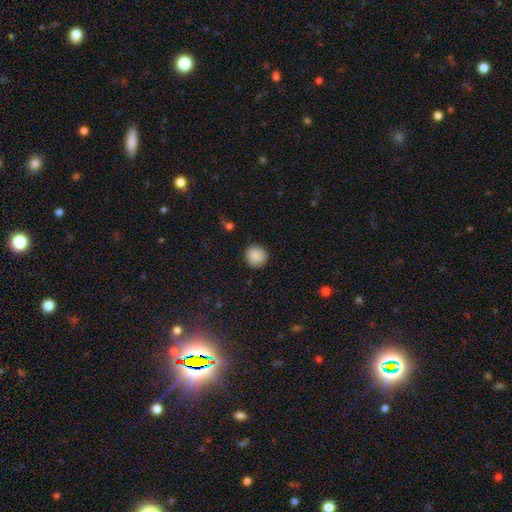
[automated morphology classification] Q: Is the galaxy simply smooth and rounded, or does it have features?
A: smooth — 88%.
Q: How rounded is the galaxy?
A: round — 92%.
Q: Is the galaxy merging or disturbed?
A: none — 89%.